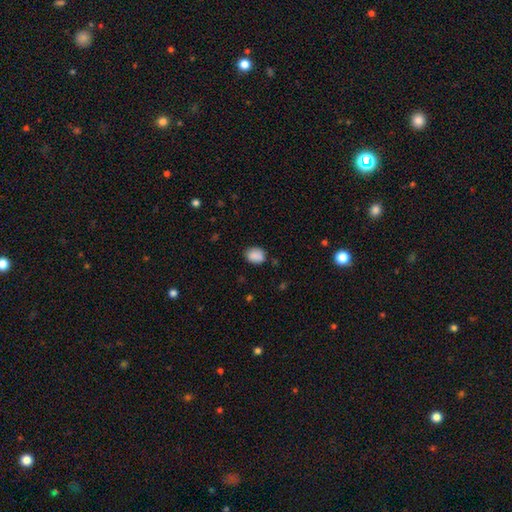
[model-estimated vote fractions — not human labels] Morphology: type=smooth (86%); roundness=in between (54%); merging=none (73%).